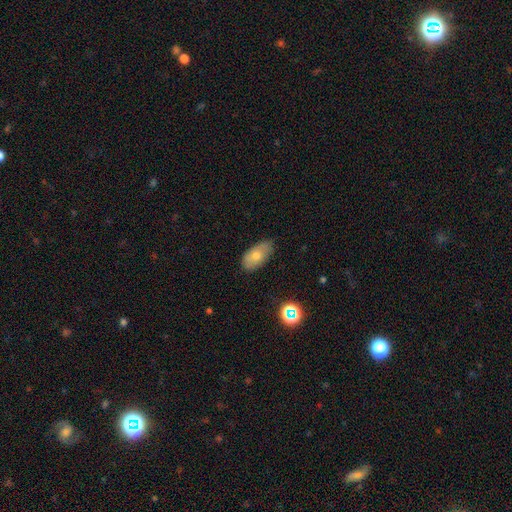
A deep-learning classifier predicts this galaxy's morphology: A smooth galaxy with no disk features (72%) that is in between round and cigar-shaped (92%). Merging: none (79%).